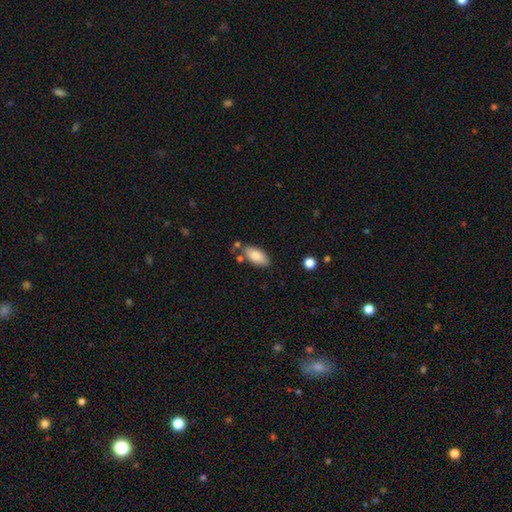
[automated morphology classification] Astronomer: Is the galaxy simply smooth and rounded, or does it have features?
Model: smooth — 84%.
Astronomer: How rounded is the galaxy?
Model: in between — 91%.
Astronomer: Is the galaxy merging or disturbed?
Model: none — 72%.